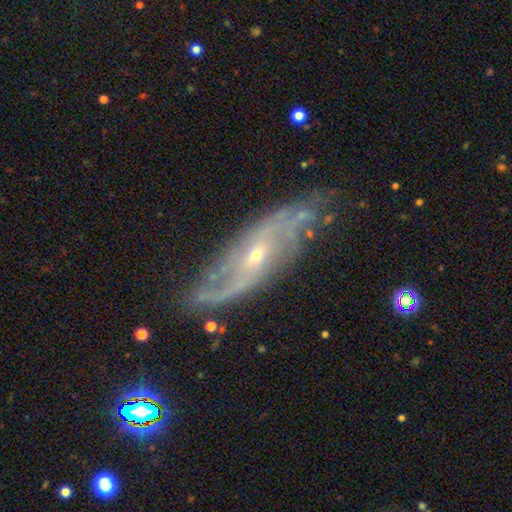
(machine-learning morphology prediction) featured or disk 83%, smooth 9%, star or artifact 8%. Down the decision tree: edge-on disk — no (84%); bar — no (57%); spiral arms — yes (92%); spiral arm count — 2 (60%); spiral winding — loose (43%); bulge size — small (71%); merging — none (68%).